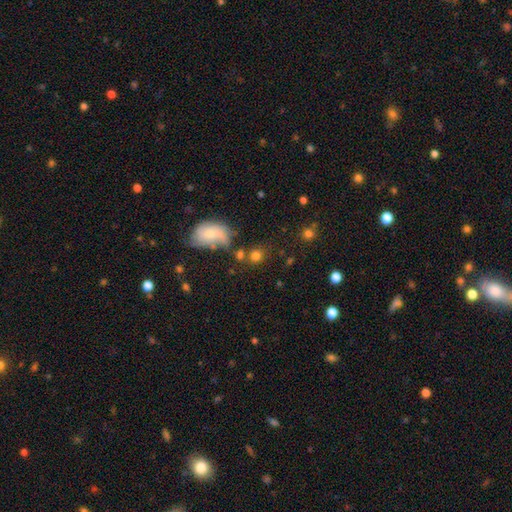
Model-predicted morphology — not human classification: A smooth galaxy with no disk features (79%) that is round (78%). Merging: none (69%).